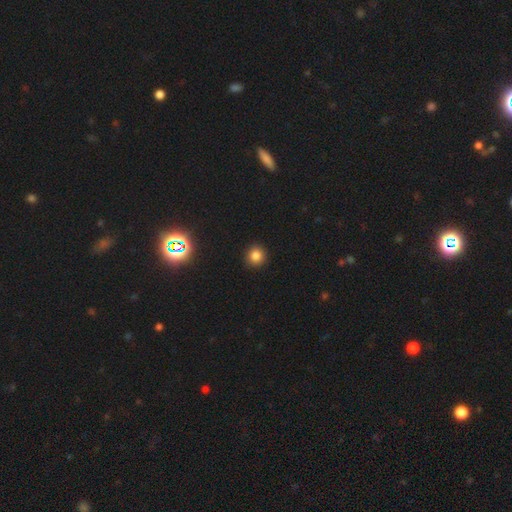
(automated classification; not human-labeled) Smooth or featured?
  - smooth: 80% *
  - star or artifact: 15%
  - featured or disk: 5%
How rounded?
  - round: 92% *
  - in between: 7%
  - cigar-shaped: 1%
Merging?
  - none: 91% *
  - minor disturbance: 6%
  - major disturbance: 2%
  - merger: 1%